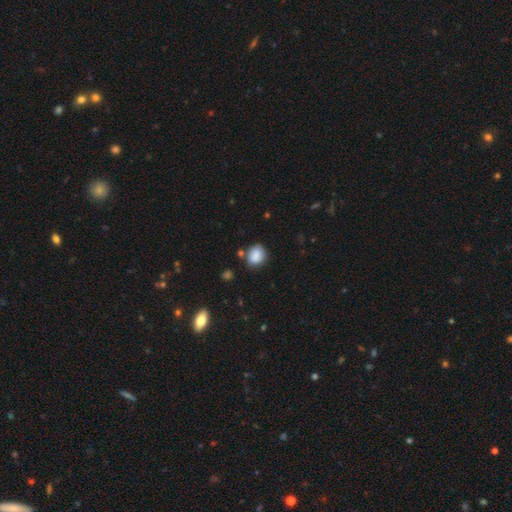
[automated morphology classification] Smooth or featured?
  - smooth: 85% *
  - star or artifact: 9%
  - featured or disk: 6%
How rounded?
  - round: 60% *
  - in between: 39%
  - cigar-shaped: 1%
Merging?
  - none: 69% *
  - minor disturbance: 18%
  - merger: 8%
  - major disturbance: 5%